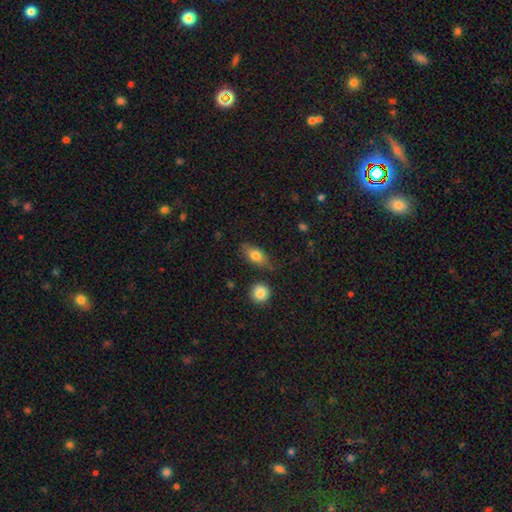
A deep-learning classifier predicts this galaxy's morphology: A smooth galaxy with no disk features (71%) that is in between round and cigar-shaped (77%).

Vote fractions:
- Smooth or featured? smooth: 71% / featured or disk: 21% / star or artifact: 8%
- How rounded? in between: 77% / cigar-shaped: 15% / round: 9%
- Merging? none: 75% / minor disturbance: 17% / major disturbance: 4% / merger: 4%